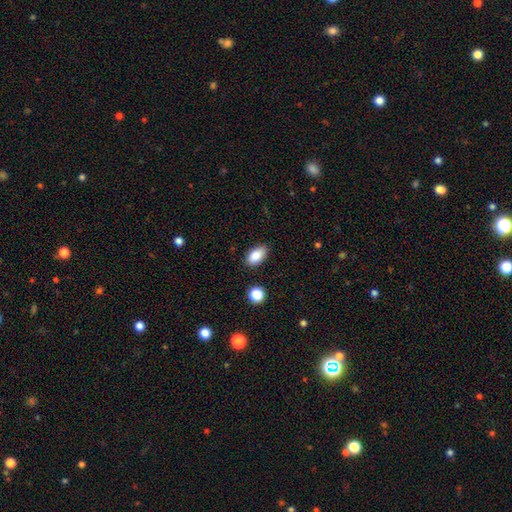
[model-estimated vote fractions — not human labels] A smooth galaxy with no disk features (86%) that is in between round and cigar-shaped (92%).

Vote fractions:
- Smooth or featured? smooth: 86% / star or artifact: 8% / featured or disk: 6%
- How rounded? in between: 92% / round: 5% / cigar-shaped: 3%
- Merging? none: 85% / minor disturbance: 11% / major disturbance: 2% / merger: 2%